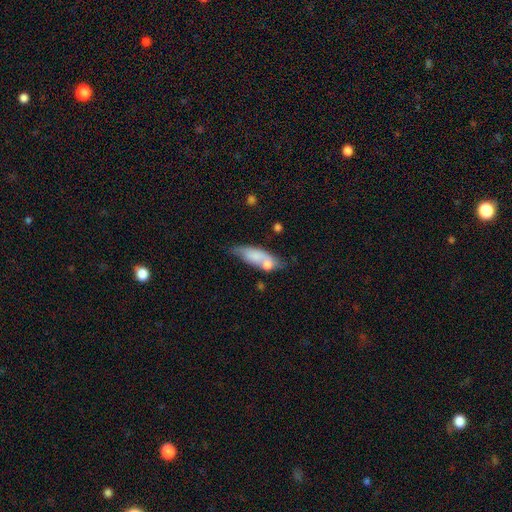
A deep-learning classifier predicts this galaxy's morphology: smooth_or_featured: smooth (p=0.68) [alt: featured or disk p=0.25]
how_rounded: in between (p=0.66) [alt: cigar-shaped p=0.30]
merging: none (p=0.36) [alt: merger p=0.31]